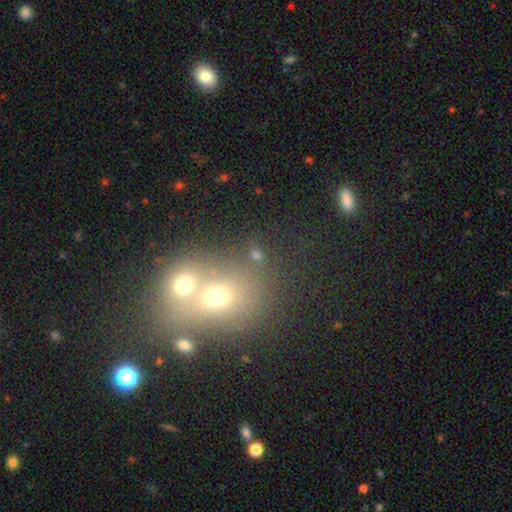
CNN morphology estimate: A smooth galaxy with no disk features (62%) that is round (58%).

Vote fractions:
- Smooth or featured? smooth: 62% / star or artifact: 21% / featured or disk: 17%
- How rounded? round: 58% / in between: 40% / cigar-shaped: 2%
- Merging? merger: 52% / none: 36% / minor disturbance: 7% / major disturbance: 5%